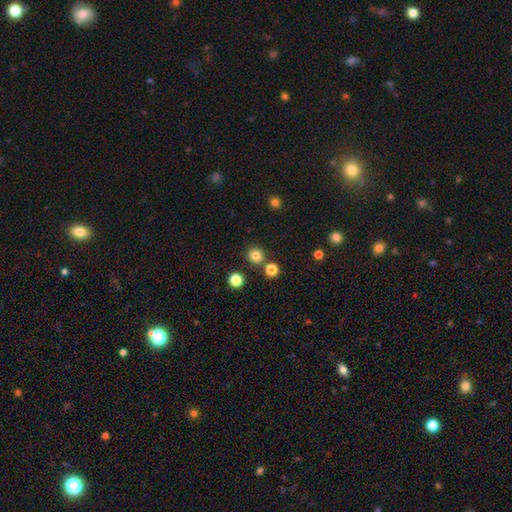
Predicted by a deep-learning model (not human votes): A smooth galaxy with no disk features (81%) that is round (90%).

Vote fractions:
- Smooth or featured? smooth: 81% / star or artifact: 14% / featured or disk: 4%
- How rounded? round: 90% / in between: 9% / cigar-shaped: 1%
- Merging? none: 82% / merger: 9% / minor disturbance: 7% / major disturbance: 2%